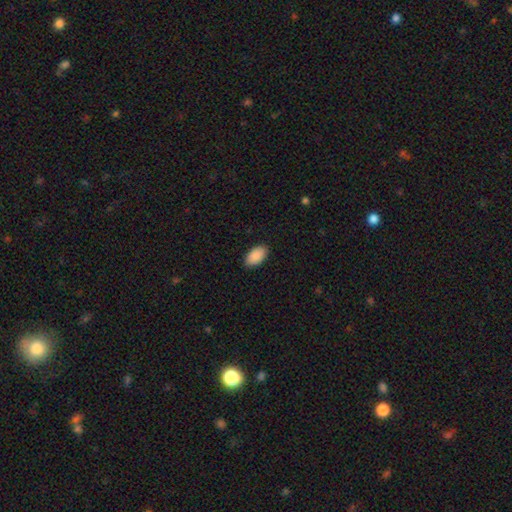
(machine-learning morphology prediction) This is clearly a smooth galaxy (90%). How rounded: clearly in between (95%). Merging: clearly none (90%).